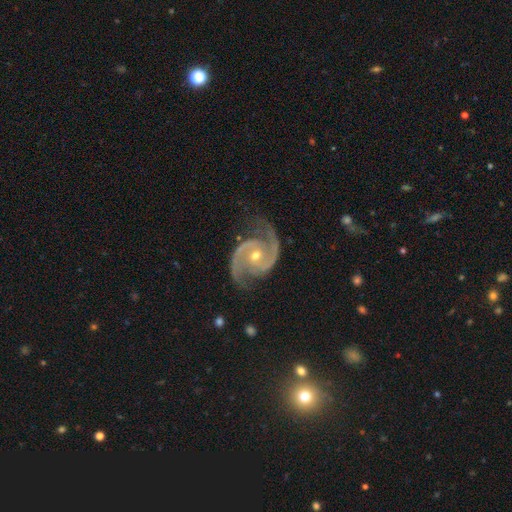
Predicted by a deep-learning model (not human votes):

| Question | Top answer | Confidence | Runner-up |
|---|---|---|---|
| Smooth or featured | featured or disk | 93% | star or artifact (4%) |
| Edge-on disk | no | 98% | yes (2%) |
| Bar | no | 63% | weak (28%) |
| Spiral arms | yes | 99% | no (1%) |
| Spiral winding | medium | 60% | tight (26%) |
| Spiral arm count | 2 | 92% | 3 (3%) |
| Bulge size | moderate | 53% | small (44%) |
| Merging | none | 77% | minor disturbance (16%) |